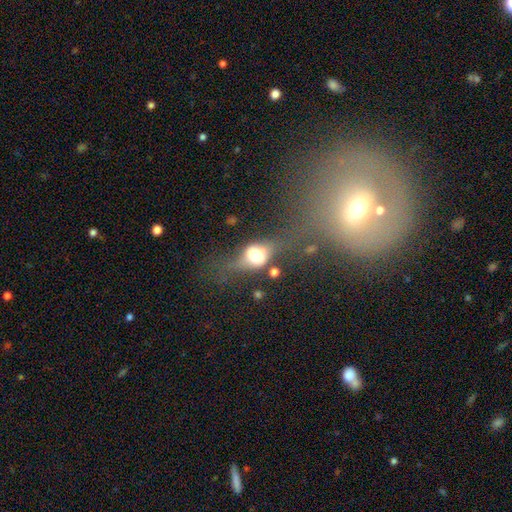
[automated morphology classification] This appears to be a smooth galaxy with no disk features (44%, tied with featured or disk). Merging: none (40%).